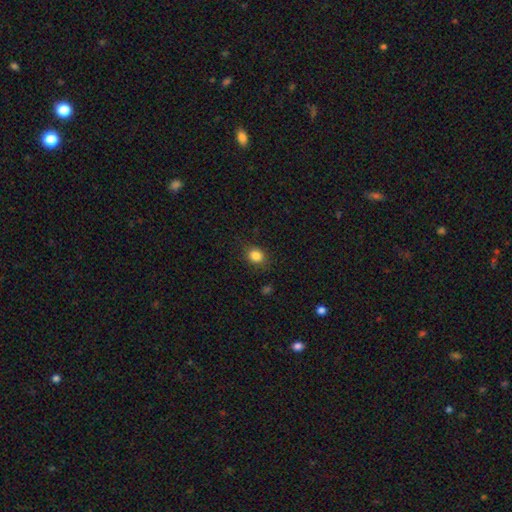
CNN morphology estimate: type=smooth (84%); roundness=round (61%); merging=none (84%).